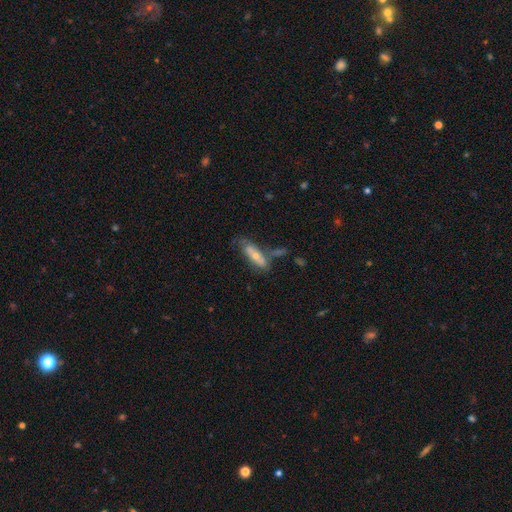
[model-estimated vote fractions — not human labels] smooth_or_featured: smooth (p=0.51) [alt: featured or disk p=0.42]
how_rounded: in between (p=0.56) [alt: cigar-shaped p=0.42]
merging: none (p=0.44) [alt: minor disturbance p=0.24]